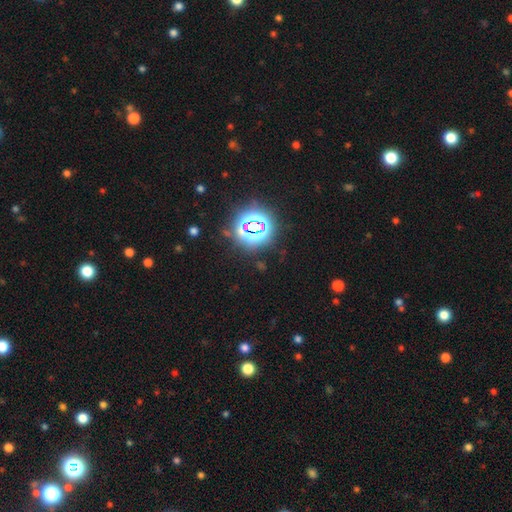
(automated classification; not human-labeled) star or artifact 82%, smooth 12%, featured or disk 6%.